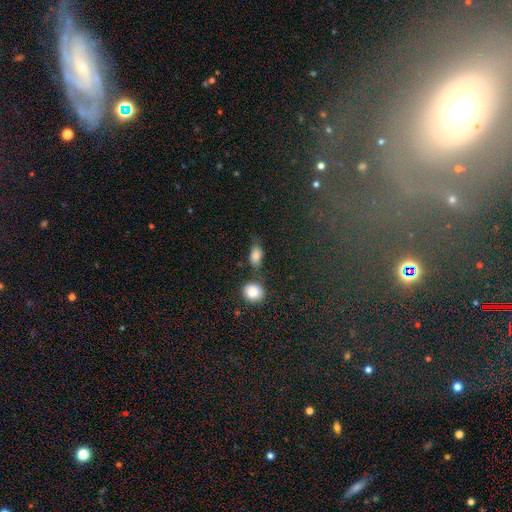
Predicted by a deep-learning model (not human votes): Q: Smooth or featured?
A: smooth (82%); runner-up: star or artifact (10%)
Q: How rounded?
A: in between (81%); runner-up: round (14%)
Q: Merging?
A: none (61%); runner-up: minor disturbance (20%)